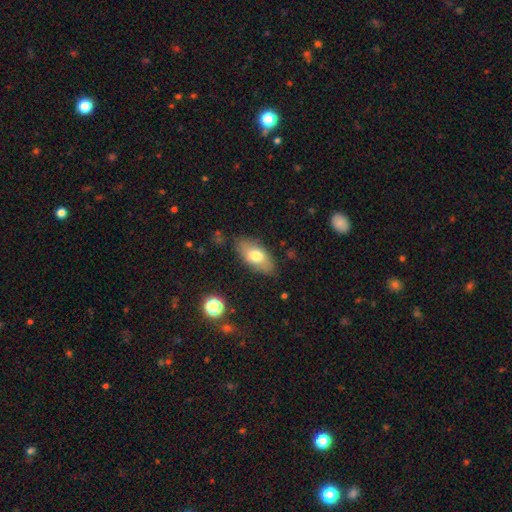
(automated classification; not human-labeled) Q: Smooth or featured?
A: smooth (71%); runner-up: featured or disk (22%)
Q: How rounded?
A: in between (89%); runner-up: cigar-shaped (7%)
Q: Merging?
A: none (81%); runner-up: minor disturbance (14%)